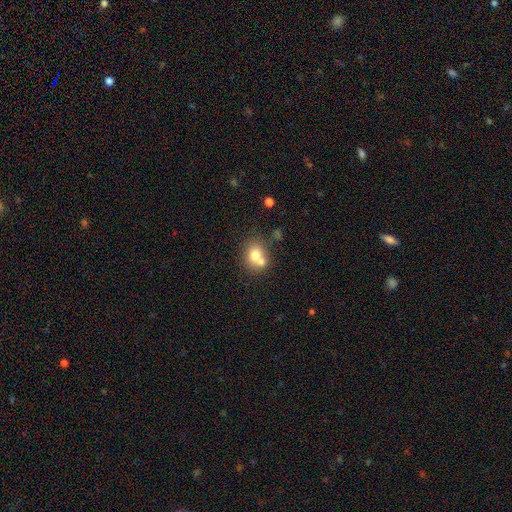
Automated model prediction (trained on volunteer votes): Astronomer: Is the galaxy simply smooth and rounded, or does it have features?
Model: smooth — 72%.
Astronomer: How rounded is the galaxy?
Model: round — 63%.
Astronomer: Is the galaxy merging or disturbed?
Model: merger — 49% (runner-up: none, 37%).